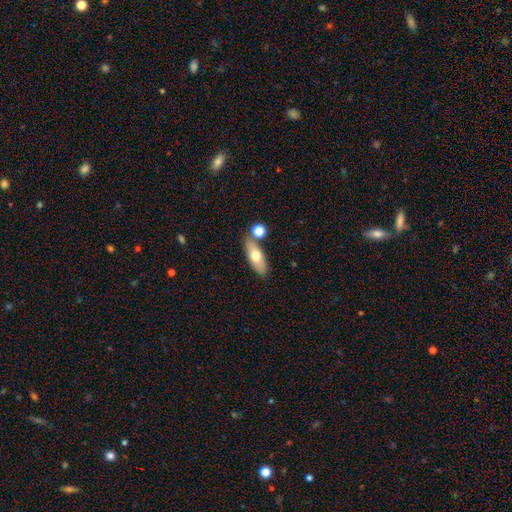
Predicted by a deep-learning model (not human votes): Overall: smooth (66%; featured or disk 27%). How rounded: in between (66%; cigar-shaped 30%). Merging: none (71%).